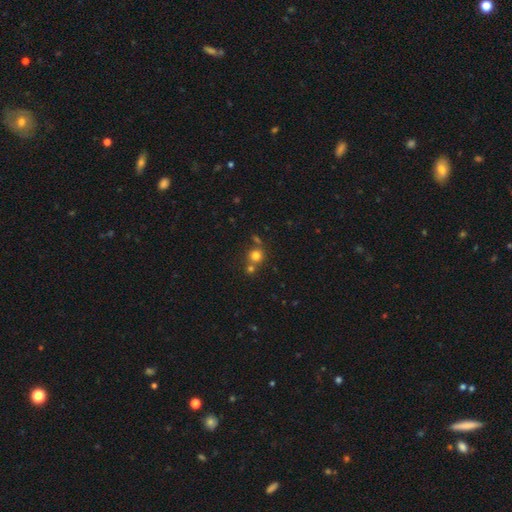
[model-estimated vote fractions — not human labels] smooth_or_featured: smooth (p=0.77) [alt: star or artifact p=0.15]
how_rounded: round (p=0.90) [alt: in between p=0.09]
merging: none (p=0.62) [alt: merger p=0.27]